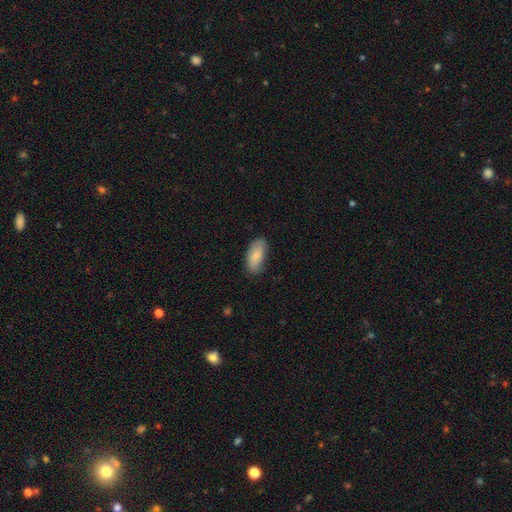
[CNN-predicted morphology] Overall: smooth (79%). How rounded: in between (87%). Merging: none (80%).